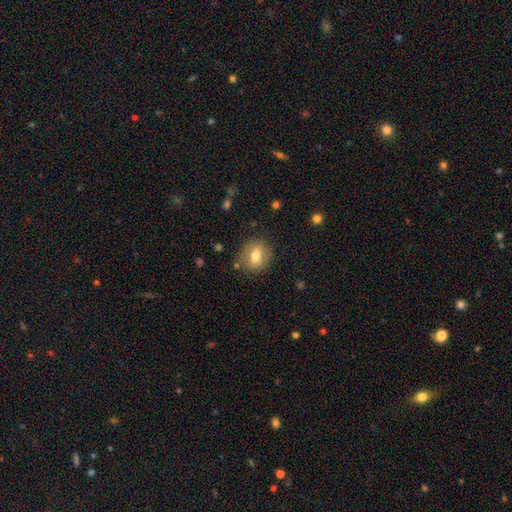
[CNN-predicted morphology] This is likely a smooth galaxy (70%). How rounded: possibly round (60%). Merging: clearly none (82%).